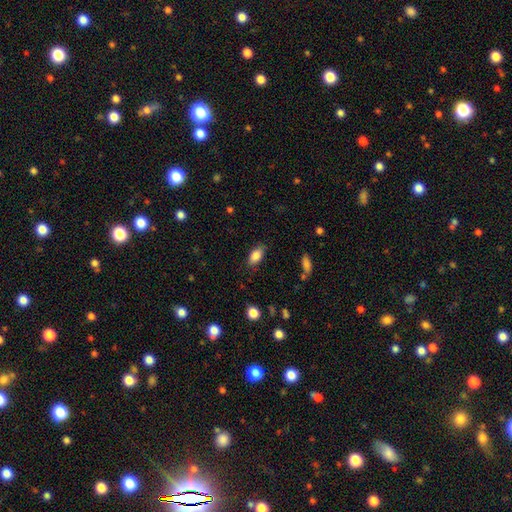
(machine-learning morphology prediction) smooth 85%, star or artifact 8%, featured or disk 7%. Down the decision tree: how rounded — in between (90%); merging — none (82%).